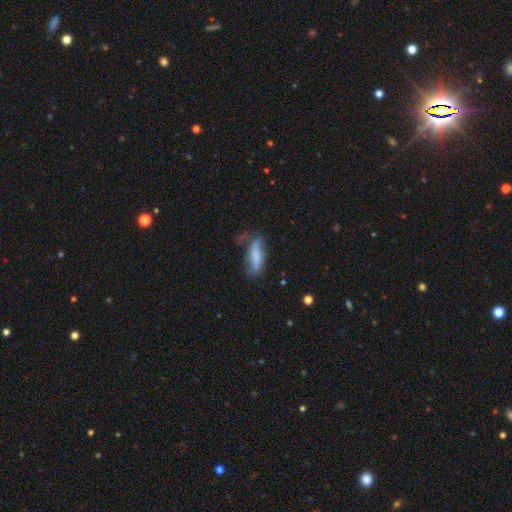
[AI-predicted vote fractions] Smooth or featured?
  - smooth: 68% *
  - featured or disk: 24%
  - star or artifact: 8%
How rounded?
  - cigar-shaped: 55% *
  - in between: 43%
  - round: 2%
Merging?
  - none: 41% *
  - minor disturbance: 32%
  - major disturbance: 20%
  - merger: 6%